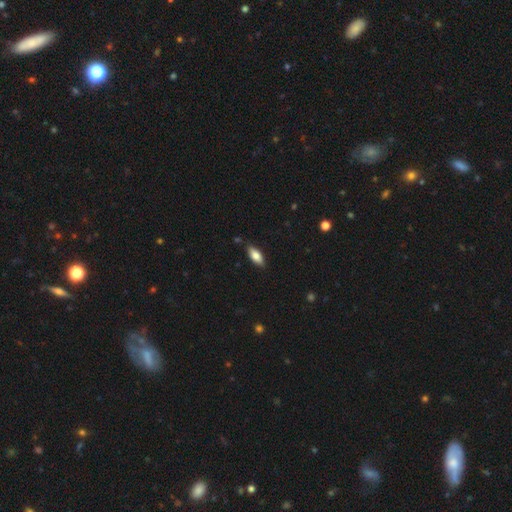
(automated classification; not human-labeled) The model was most divided on "smooth or featured": smooth: 75%, featured or disk: 19%, star or artifact: 6%. More confident: merging — none (85%); how rounded — in between (80%).